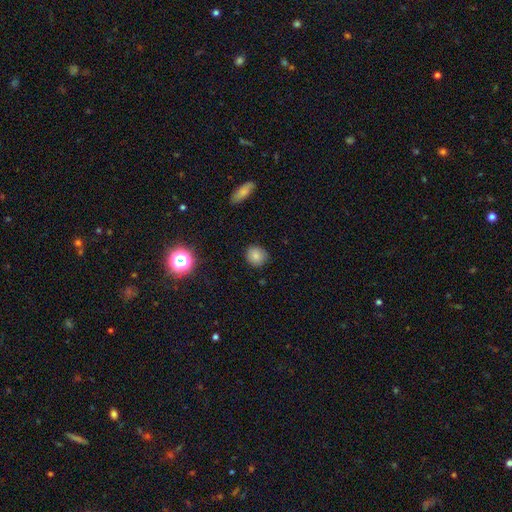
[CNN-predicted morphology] Overall: smooth (82%). How rounded: round (85%). Merging: none (86%).